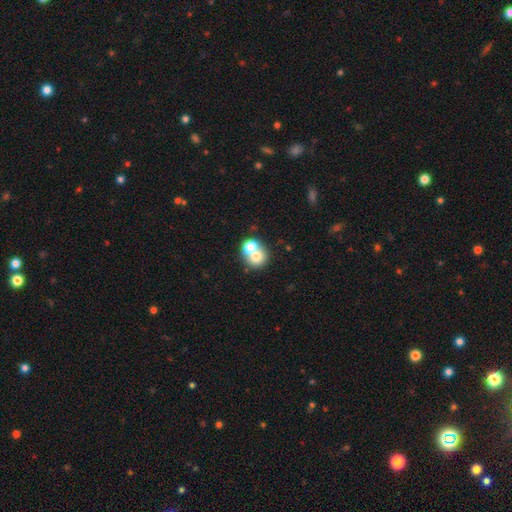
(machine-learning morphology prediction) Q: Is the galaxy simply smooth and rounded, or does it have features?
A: smooth — 69%.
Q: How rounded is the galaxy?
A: round — 79%.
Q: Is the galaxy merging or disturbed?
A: merger — 59%.